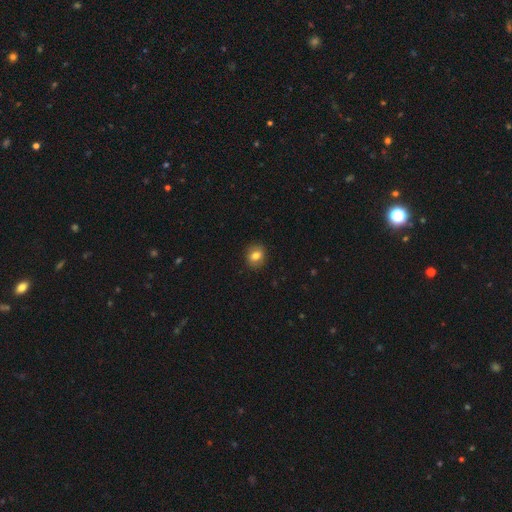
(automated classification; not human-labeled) smooth 79%, featured or disk 12%, star or artifact 9%. Down the decision tree: how rounded — round (56%); merging — none (88%).